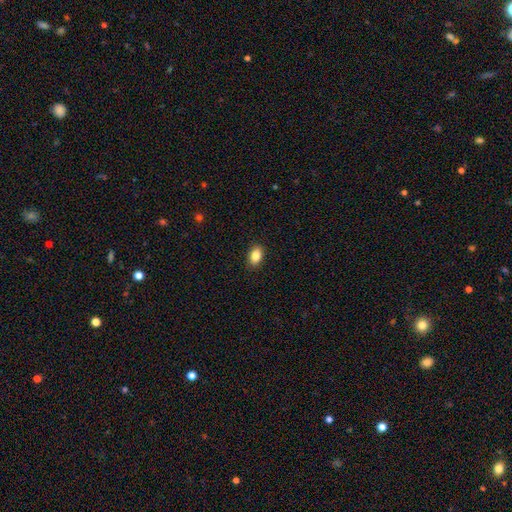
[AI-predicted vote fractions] smooth_or_featured: smooth (p=0.86) [alt: star or artifact p=0.08]
how_rounded: in between (p=0.86) [alt: round p=0.12]
merging: none (p=0.90) [alt: minor disturbance p=0.08]